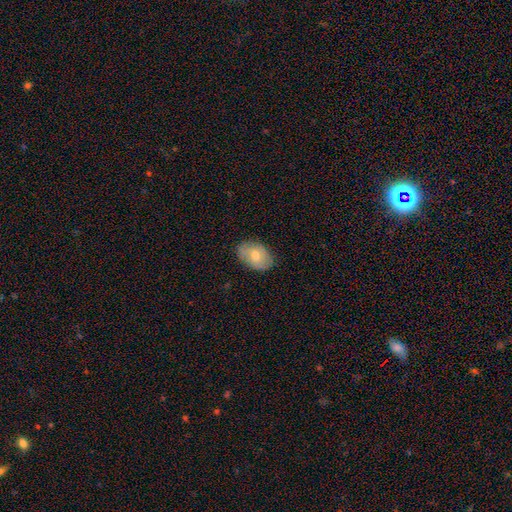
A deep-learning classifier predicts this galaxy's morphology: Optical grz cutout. It shows a smooth galaxy with no disk features (65%) that is in between round and cigar-shaped (85%). Merging: none (78%).